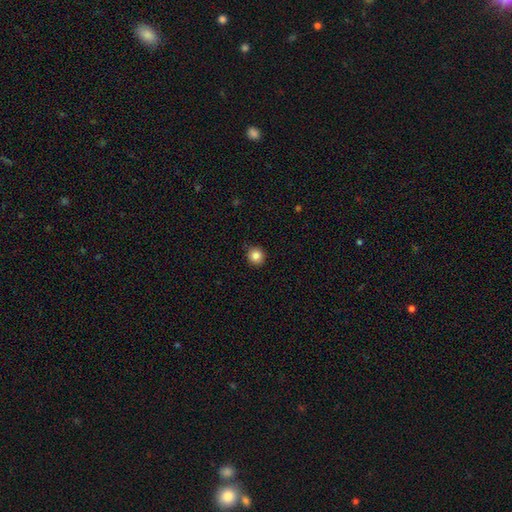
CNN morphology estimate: smooth 85%, star or artifact 10%, featured or disk 5%. Down the decision tree: how rounded — round (93%); merging — none (90%).